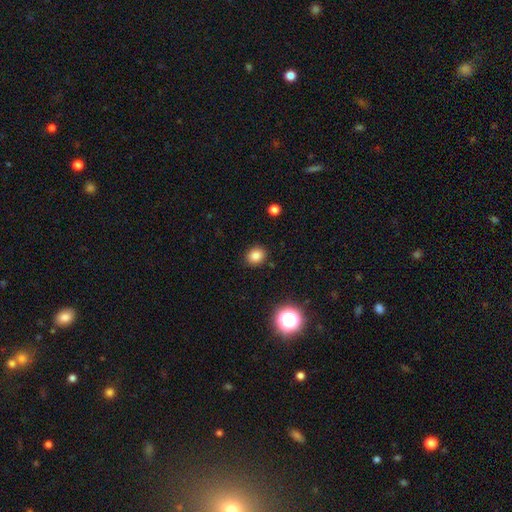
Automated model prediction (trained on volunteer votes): Q: Smooth or featured?
A: smooth (82%); runner-up: star or artifact (13%)
Q: How rounded?
A: round (67%); runner-up: in between (32%)
Q: Merging?
A: none (89%); runner-up: minor disturbance (7%)